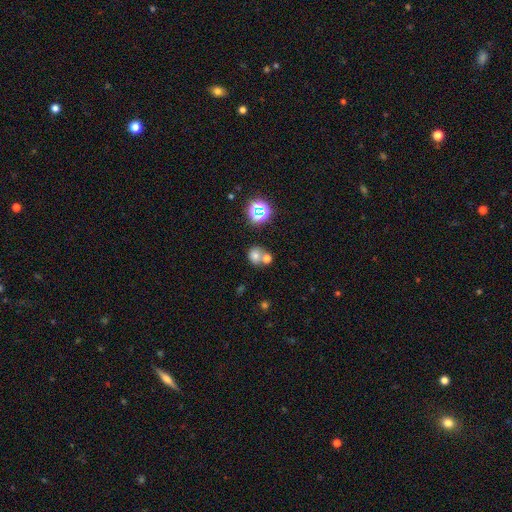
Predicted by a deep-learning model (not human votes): A smooth galaxy with no disk features (68%) that is round (78%).

Vote fractions:
- Smooth or featured? smooth: 68% / star or artifact: 20% / featured or disk: 12%
- How rounded? round: 78% / in between: 21% / cigar-shaped: 1%
- Merging? none: 47% / merger: 41% / minor disturbance: 9% / major disturbance: 4%